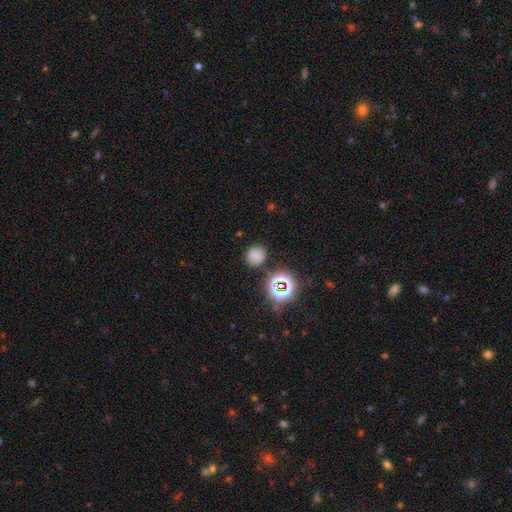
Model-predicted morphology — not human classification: A smooth galaxy with no disk features (71%) that is round (80%).

Vote fractions:
- Smooth or featured? smooth: 71% / star or artifact: 22% / featured or disk: 7%
- How rounded? round: 80% / in between: 19% / cigar-shaped: 1%
- Merging? none: 82% / minor disturbance: 11% / major disturbance: 4% / merger: 3%